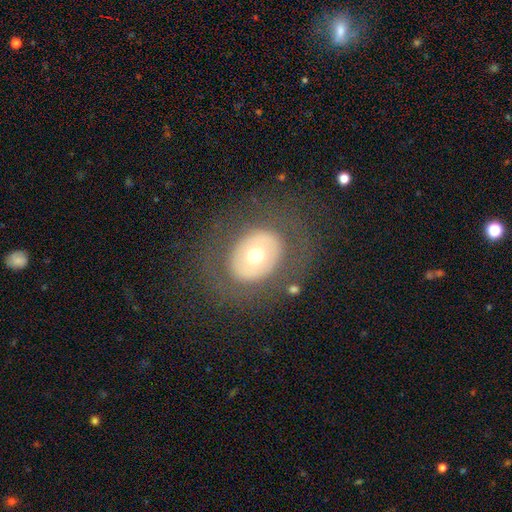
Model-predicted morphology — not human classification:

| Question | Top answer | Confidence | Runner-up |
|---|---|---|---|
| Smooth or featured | smooth | 48% | featured or disk (44%) |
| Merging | none | 79% | minor disturbance (10%) |